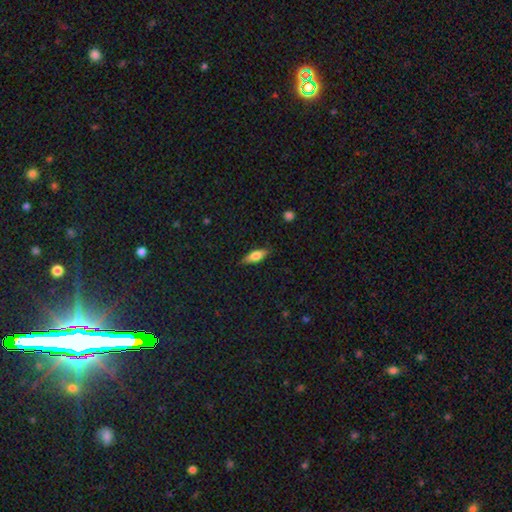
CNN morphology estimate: smooth_or_featured: smooth (p=0.68) [alt: featured or disk p=0.25]
how_rounded: in between (p=0.63) [alt: cigar-shaped p=0.35]
merging: none (p=0.86) [alt: minor disturbance p=0.11]